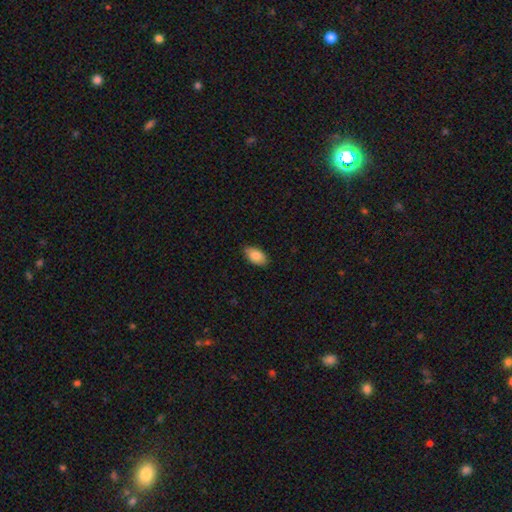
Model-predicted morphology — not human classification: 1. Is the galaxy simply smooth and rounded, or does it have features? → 84% smooth, 9% featured or disk, 7% star or artifact.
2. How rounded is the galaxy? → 94% in between, 4% round, 3% cigar-shaped.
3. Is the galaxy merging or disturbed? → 84% none, 13% minor disturbance, 2% major disturbance, 1% merger.